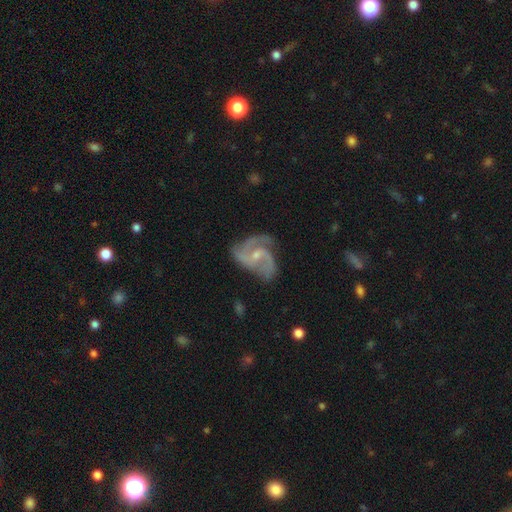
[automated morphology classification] A featured or disk galaxy (89%) with no bar (51%), 2 (56%) medium (54%) spiral arms (97%) and a small central bulge (61%). Merging: none (57%).